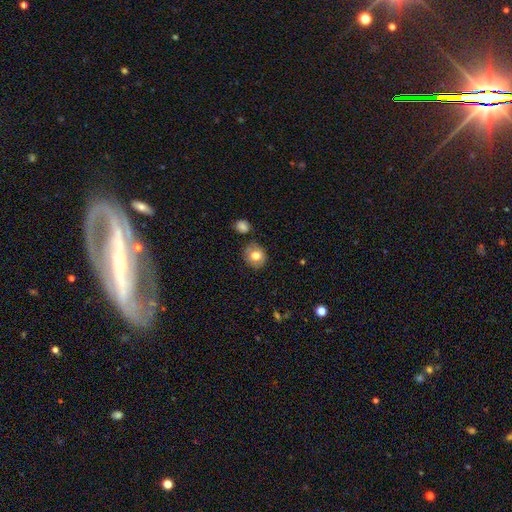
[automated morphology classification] Q: Smooth or featured?
A: smooth (75%); runner-up: featured or disk (16%)
Q: How rounded?
A: round (76%); runner-up: in between (23%)
Q: Merging?
A: none (79%); runner-up: minor disturbance (14%)